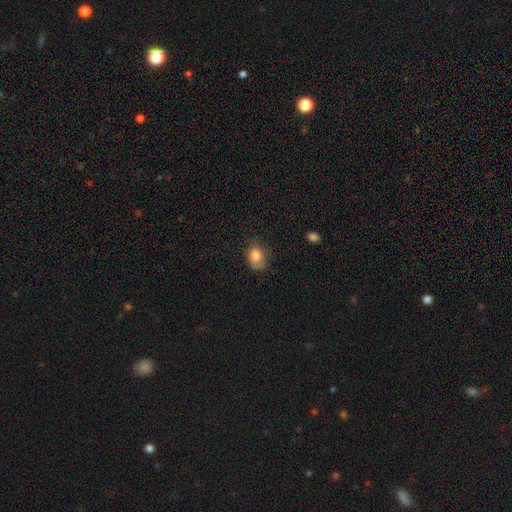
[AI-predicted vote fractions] A smooth galaxy with no disk features (79%) that is in between round and cigar-shaped (54%). Merging: none (55%).